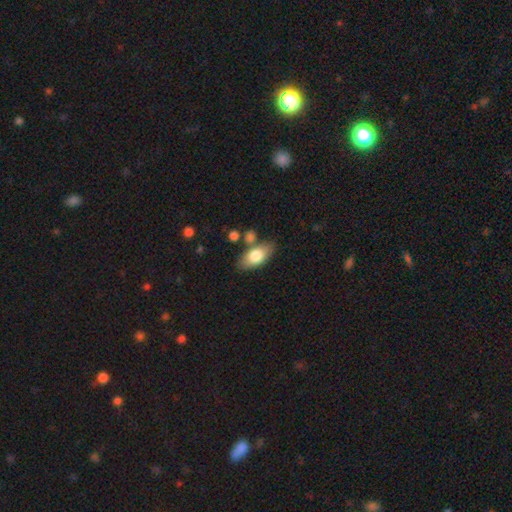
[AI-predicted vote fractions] Morphology: type=smooth (76%); roundness=in between (88%); merging=none (73%).